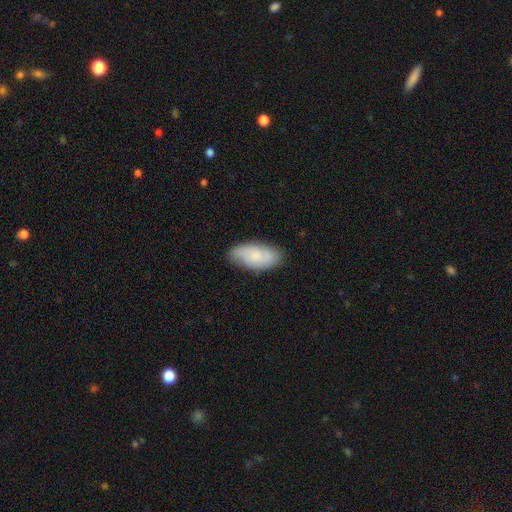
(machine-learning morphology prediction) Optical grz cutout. It shows a smooth galaxy with no disk features (56%) that is in between round and cigar-shaped (90%). Merging: none (79%).